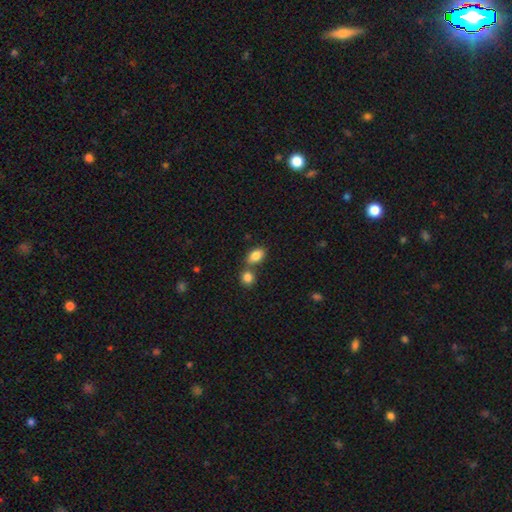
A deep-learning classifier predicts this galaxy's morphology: This appears to be a smooth galaxy with no disk features (84%) that is in between round and cigar-shaped (84%). Merging: none (53%).